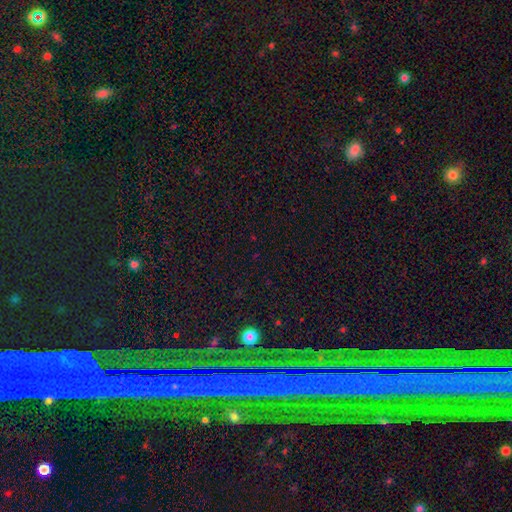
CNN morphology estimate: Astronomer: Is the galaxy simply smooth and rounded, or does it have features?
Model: star or artifact — 67%.